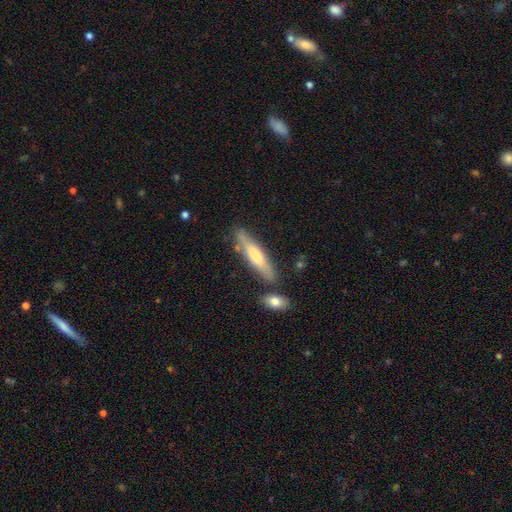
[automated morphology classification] The model was most divided on "smooth or featured": smooth: 61%, featured or disk: 34%, star or artifact: 5%. More confident: how rounded — cigar-shaped (80%); merging — none (74%).